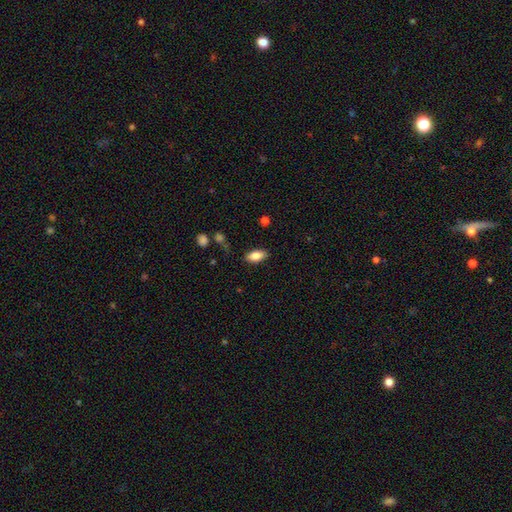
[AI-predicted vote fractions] smooth-or-featured: smooth: 83% | featured or disk: 10% | star or artifact: 7%
  how-rounded: in between: 90% | cigar-shaped: 7% | round: 3%
  merging: none: 84% | minor disturbance: 12% | major disturbance: 3% | merger: 2%